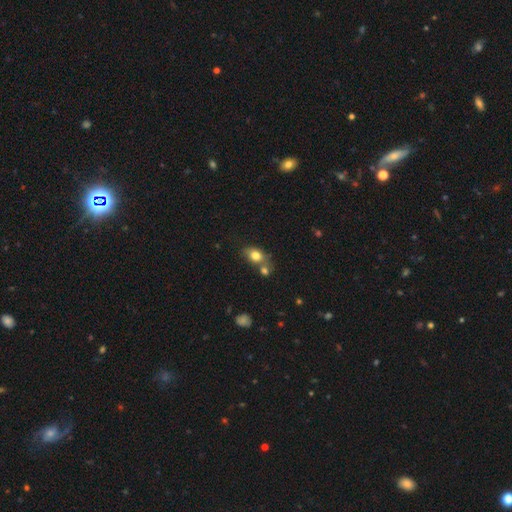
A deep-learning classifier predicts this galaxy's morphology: type=smooth (79%); roundness=in between (71%); merging=none (49%).